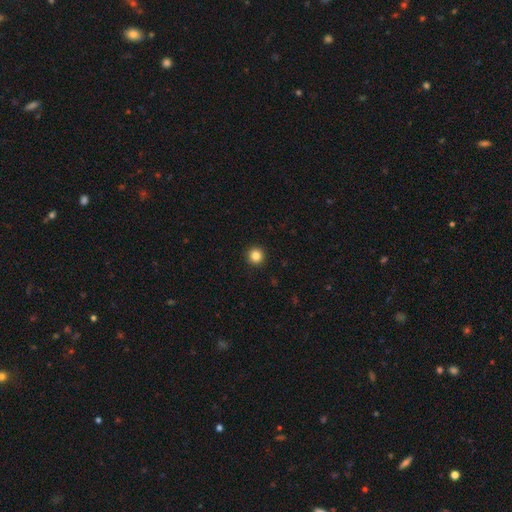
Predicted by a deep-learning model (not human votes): A smooth galaxy with no disk features (85%) that is round (96%). Merging: none (93%).